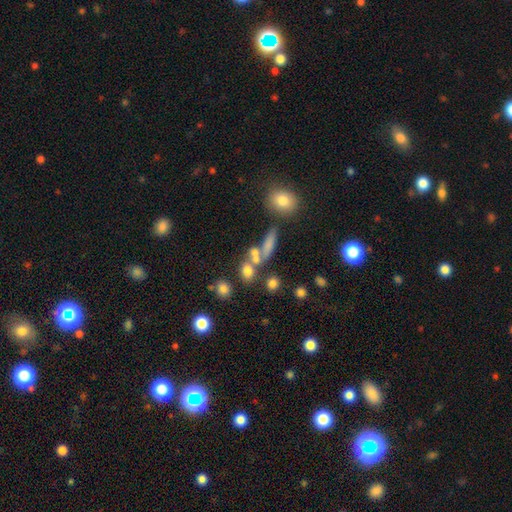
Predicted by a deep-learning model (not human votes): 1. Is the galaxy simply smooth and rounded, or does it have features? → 58% smooth, 24% featured or disk, 19% star or artifact.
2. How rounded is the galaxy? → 40% in between, 32% cigar-shaped, 27% round.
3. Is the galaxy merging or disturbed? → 44% none, 36% merger, 12% minor disturbance, 8% major disturbance.